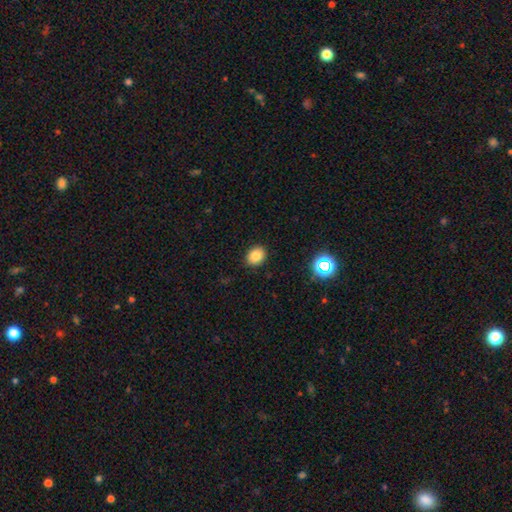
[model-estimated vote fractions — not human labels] Smooth or featured? smooth (82%)
How rounded? round (52%)
Merging? none (89%)